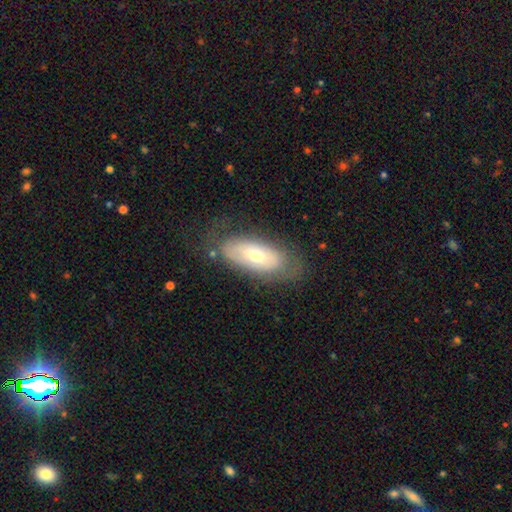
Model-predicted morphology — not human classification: A smooth galaxy with no disk features (51%) that is in between round and cigar-shaped (86%). Merging: none (67%).